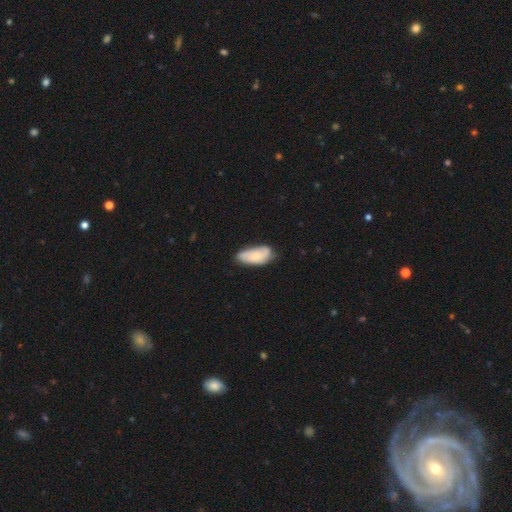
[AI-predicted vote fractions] A smooth galaxy with no disk features (64%) that is in between round and cigar-shaped (88%).

Vote fractions:
- Smooth or featured? smooth: 64% / featured or disk: 30% / star or artifact: 6%
- How rounded? in between: 88% / cigar-shaped: 10% / round: 2%
- Merging? none: 61% / minor disturbance: 30% / major disturbance: 6% / merger: 2%